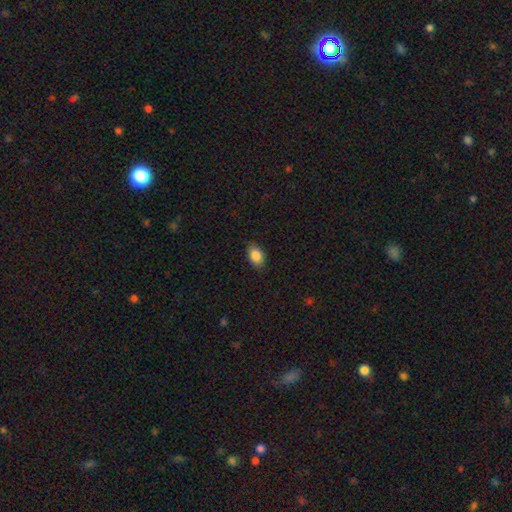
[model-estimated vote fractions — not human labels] This appears to be a smooth galaxy with no disk features (87%) that is in between round and cigar-shaped (88%). Merging: none (86%).